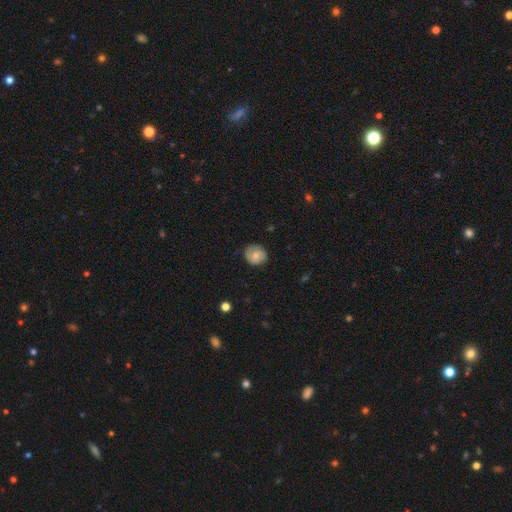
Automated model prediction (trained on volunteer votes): The model was most divided on "smooth or featured": smooth: 65%, featured or disk: 28%, star or artifact: 8%. More confident: how rounded — round (79%); merging — none (77%).